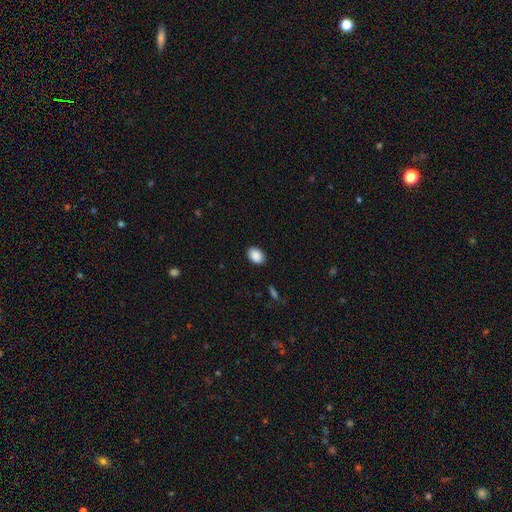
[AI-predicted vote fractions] Overall: smooth (90%). How rounded: in between (80%). Merging: none (89%).